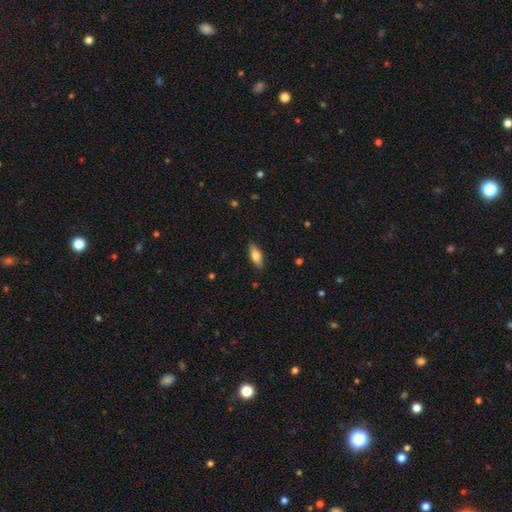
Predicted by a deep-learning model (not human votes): This is likely a smooth galaxy (71%). How rounded: likely in between (71%). Merging: clearly none (86%).